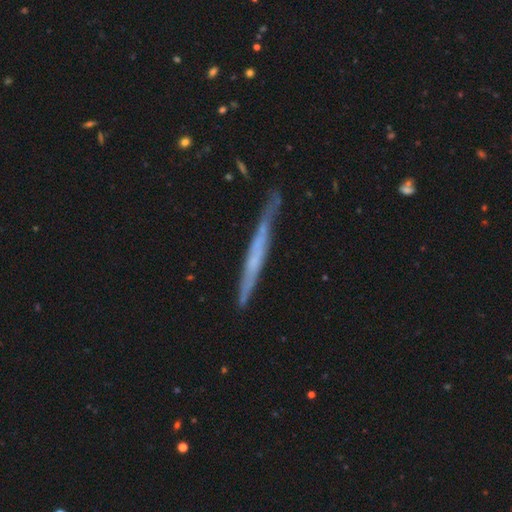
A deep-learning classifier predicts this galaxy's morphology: type=featured or disk (62%); edge-on=yes (94%); edge-on bulge=none (80%); merging=none (76%).